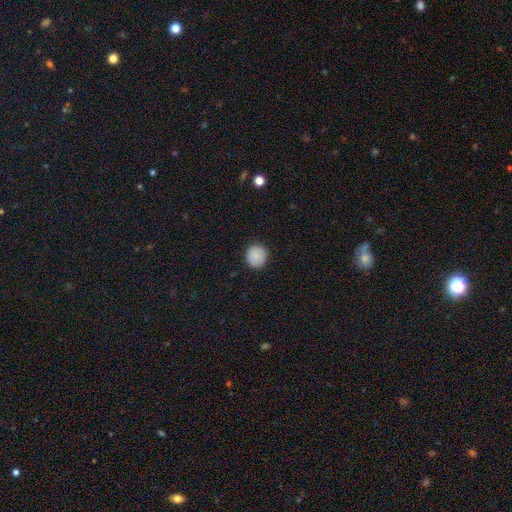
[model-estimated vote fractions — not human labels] smooth-or-featured: smooth: 85% | star or artifact: 8% | featured or disk: 7%
  how-rounded: round: 91% | in between: 8% | cigar-shaped: 1%
  merging: none: 89% | minor disturbance: 8% | major disturbance: 2% | merger: 1%